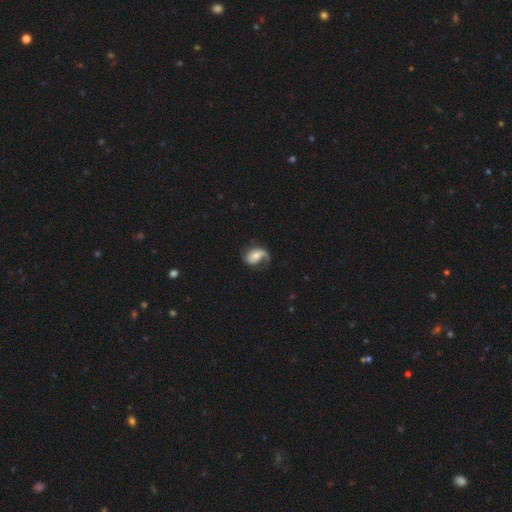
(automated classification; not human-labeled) featured or disk 61%, smooth 32%, star or artifact 7%. Down the decision tree: edge-on disk — no (97%); bar — no (55%); spiral arms — yes (88%); spiral arm count — 1 (61%); spiral winding — loose (52%); bulge size — moderate (51%); merging — none (43%).